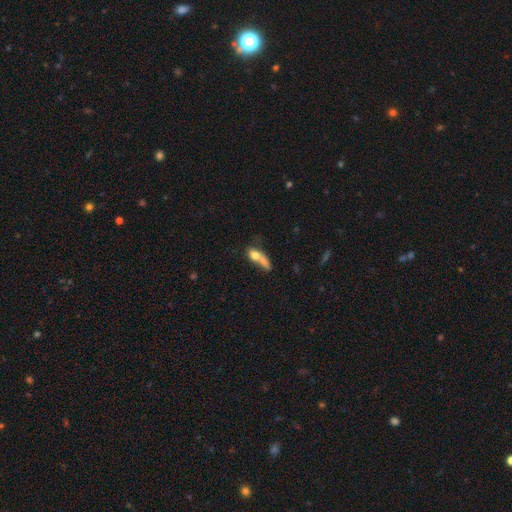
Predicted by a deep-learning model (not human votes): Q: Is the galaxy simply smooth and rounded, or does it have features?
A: smooth — 68%.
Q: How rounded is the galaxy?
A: in between — 59%.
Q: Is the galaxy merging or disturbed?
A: merger — 57%.